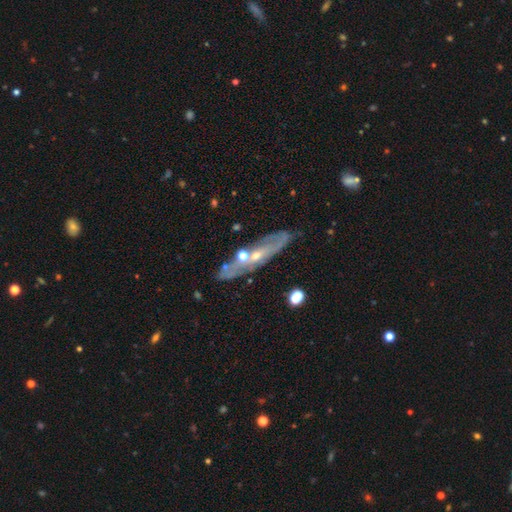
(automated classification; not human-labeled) Q: Smooth or featured?
A: featured or disk (69%); runner-up: smooth (21%)
Q: Edge-on disk?
A: no (51%); runner-up: yes (49%)
Q: Merging?
A: none (74%); runner-up: minor disturbance (15%)